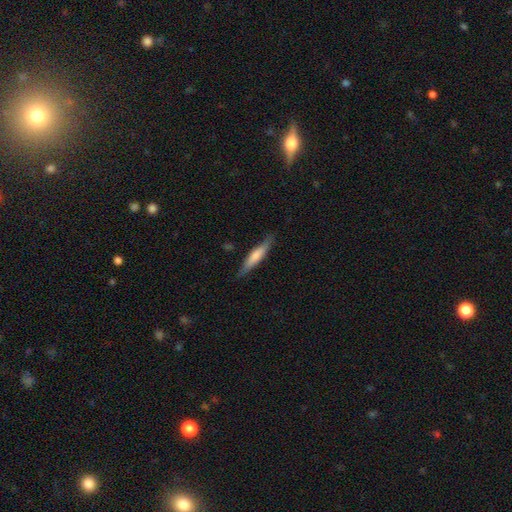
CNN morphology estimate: Q: Smooth or featured?
A: smooth (59%); runner-up: featured or disk (35%)
Q: How rounded?
A: cigar-shaped (88%); runner-up: in between (11%)
Q: Merging?
A: none (84%); runner-up: minor disturbance (13%)